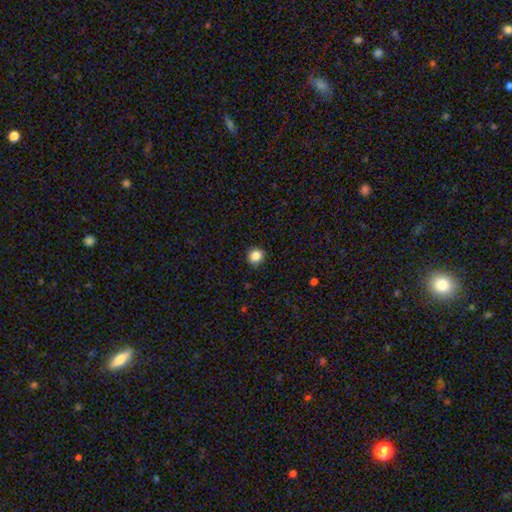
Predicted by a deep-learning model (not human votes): A smooth galaxy with no disk features (86%) that is round (86%).

Vote fractions:
- Smooth or featured? smooth: 86% / star or artifact: 10% / featured or disk: 4%
- How rounded? round: 86% / in between: 13% / cigar-shaped: 1%
- Merging? none: 89% / minor disturbance: 8% / major disturbance: 2% / merger: 1%